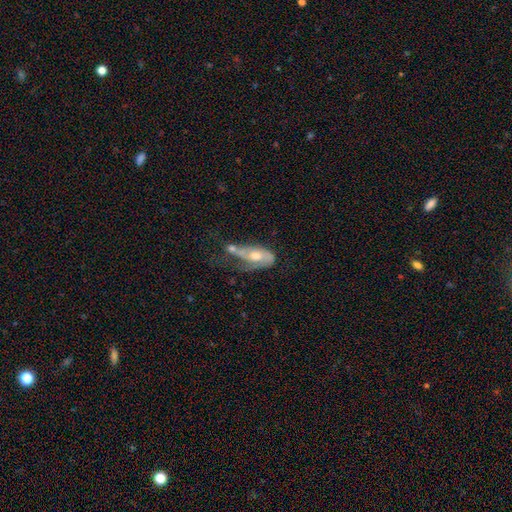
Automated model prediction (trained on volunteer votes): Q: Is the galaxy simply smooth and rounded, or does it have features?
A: featured or disk — 60%.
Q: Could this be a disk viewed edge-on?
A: no — 89%.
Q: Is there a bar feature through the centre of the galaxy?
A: no — 66%.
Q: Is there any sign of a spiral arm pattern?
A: yes — 67%.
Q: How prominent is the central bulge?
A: moderate — 66%.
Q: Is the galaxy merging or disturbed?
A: major disturbance — 31%, tied with merger.